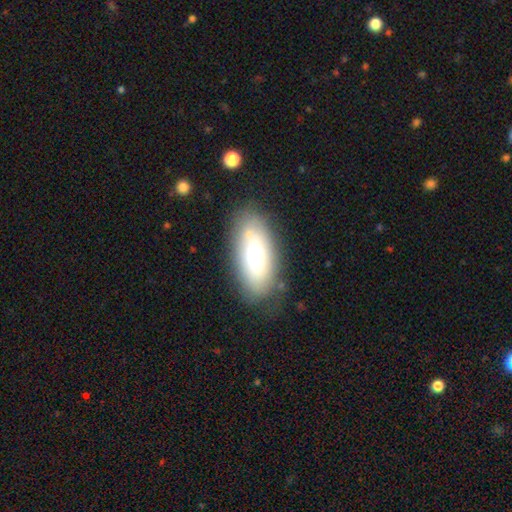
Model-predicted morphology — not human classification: Smooth or featured?
  - smooth: 60% *
  - featured or disk: 32%
  - star or artifact: 8%
How rounded?
  - in between: 86% *
  - cigar-shaped: 12%
  - round: 3%
Merging?
  - none: 79% *
  - minor disturbance: 15%
  - major disturbance: 4%
  - merger: 2%